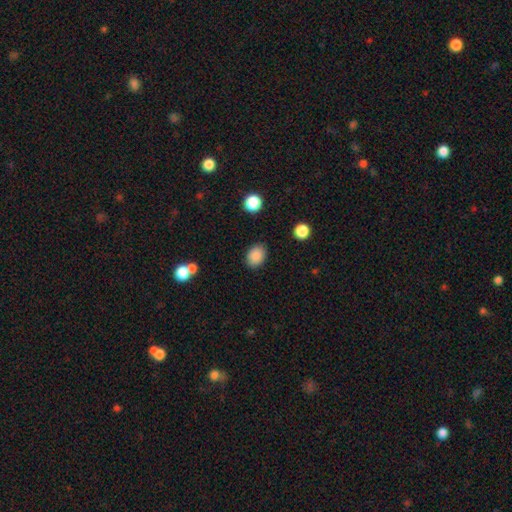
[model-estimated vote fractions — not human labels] Smooth or featured?
  - smooth: 87% *
  - star or artifact: 9%
  - featured or disk: 4%
How rounded?
  - in between: 66% *
  - round: 33%
  - cigar-shaped: 1%
Merging?
  - none: 85% *
  - minor disturbance: 10%
  - major disturbance: 3%
  - merger: 2%